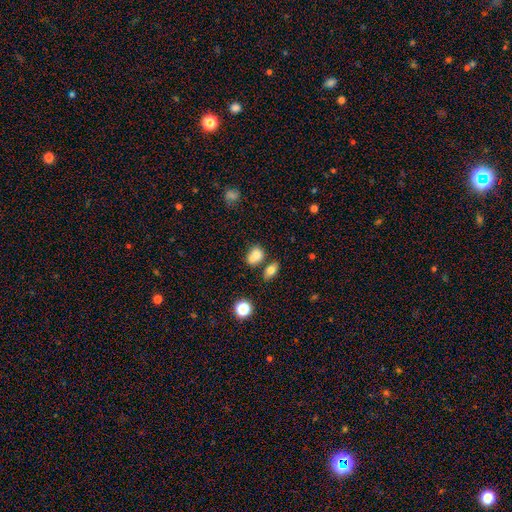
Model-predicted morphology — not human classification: This appears to be a smooth galaxy with no disk features (74%) that is in between round and cigar-shaped (54%). Merging: merger (51%).